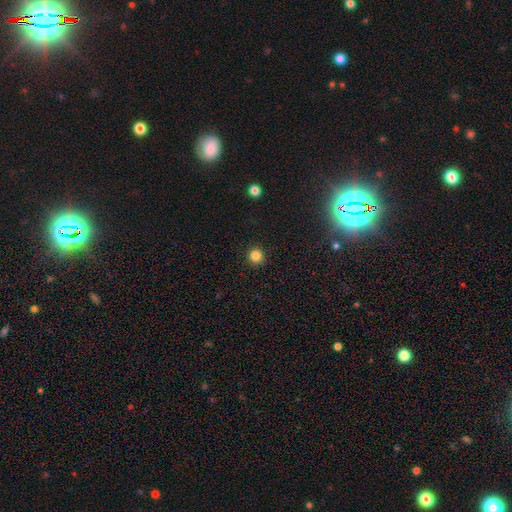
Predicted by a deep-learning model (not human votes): This is clearly a smooth galaxy (84%). How rounded: clearly round (95%). Merging: clearly none (93%).